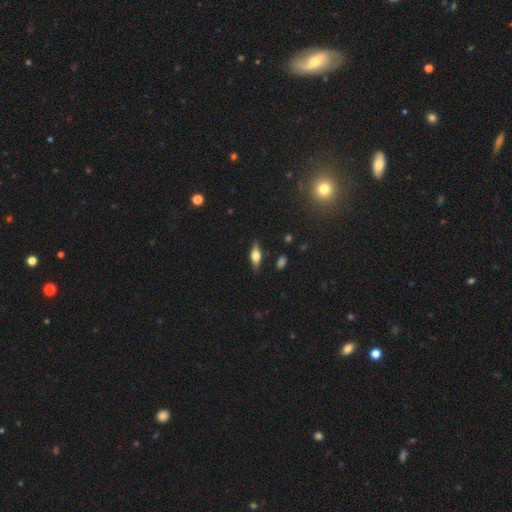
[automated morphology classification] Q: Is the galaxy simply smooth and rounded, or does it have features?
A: smooth — 51%.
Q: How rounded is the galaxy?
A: in between — 64%.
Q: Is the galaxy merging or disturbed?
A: none — 82%.